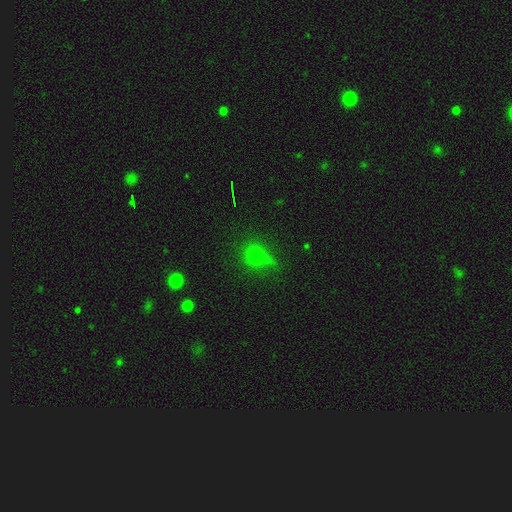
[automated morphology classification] smooth-or-featured: smooth: 65% | star or artifact: 25% | featured or disk: 10%
  how-rounded: round: 82% | in between: 16% | cigar-shaped: 2%
  merging: none: 60% | minor disturbance: 18% | merger: 12% | major disturbance: 10%